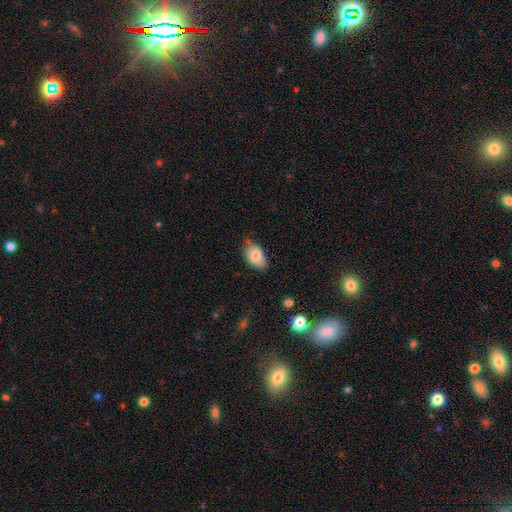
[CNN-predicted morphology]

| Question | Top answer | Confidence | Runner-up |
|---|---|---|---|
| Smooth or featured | smooth | 82% | featured or disk (11%) |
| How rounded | in between | 91% | round (7%) |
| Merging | none | 70% | minor disturbance (24%) |